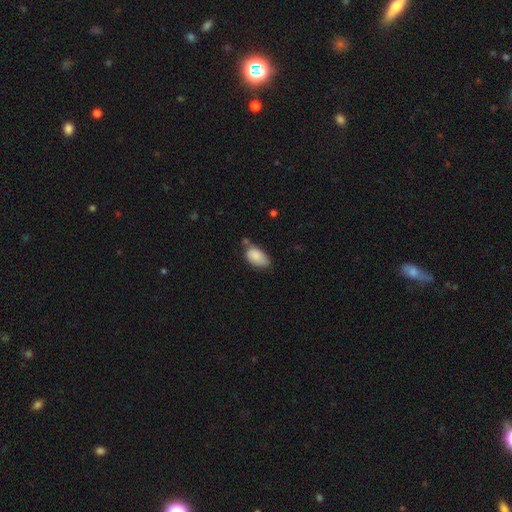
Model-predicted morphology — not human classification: The model was most divided on "merging": none: 49%, minor disturbance: 35%, merger: 10%, major disturbance: 7%. More confident: how rounded — in between (93%); smooth or featured — smooth (86%).